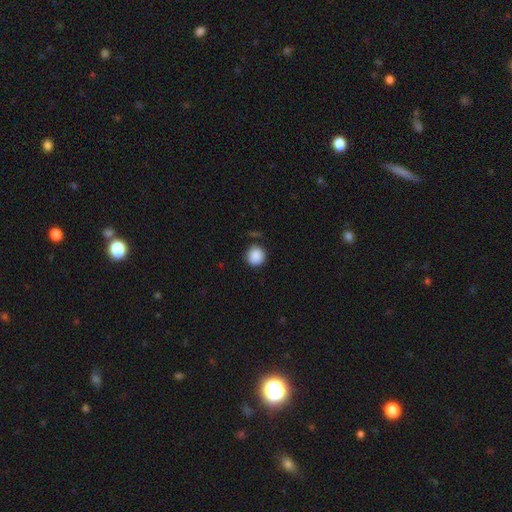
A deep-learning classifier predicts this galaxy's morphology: Overall: smooth (89%). How rounded: round (93%). Merging: none (85%).